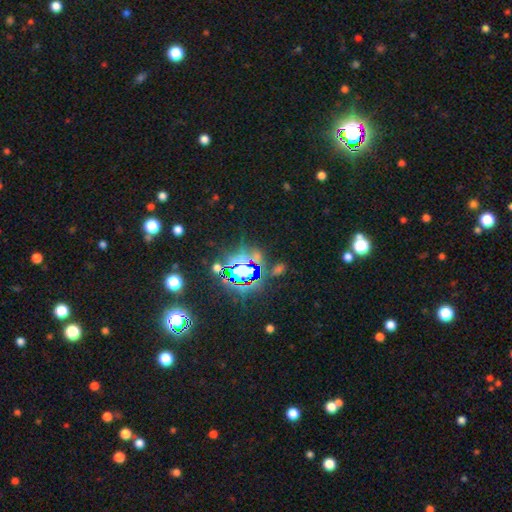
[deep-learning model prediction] Smooth or featured? star or artifact (82%)